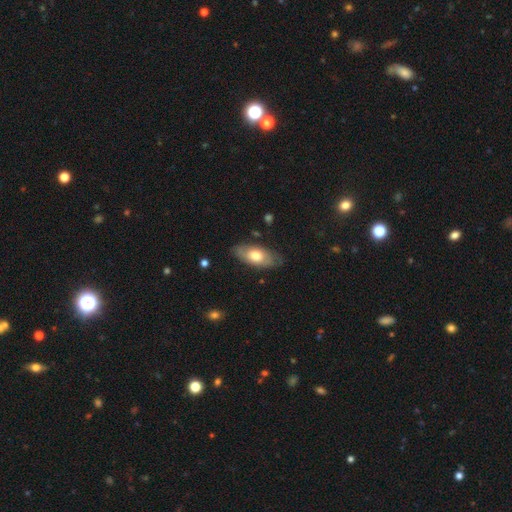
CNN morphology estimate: Smooth or featured?
  - smooth: 61% *
  - featured or disk: 34%
  - star or artifact: 6%
How rounded?
  - in between: 89% *
  - cigar-shaped: 8%
  - round: 3%
Merging?
  - none: 78% *
  - minor disturbance: 17%
  - major disturbance: 4%
  - merger: 1%